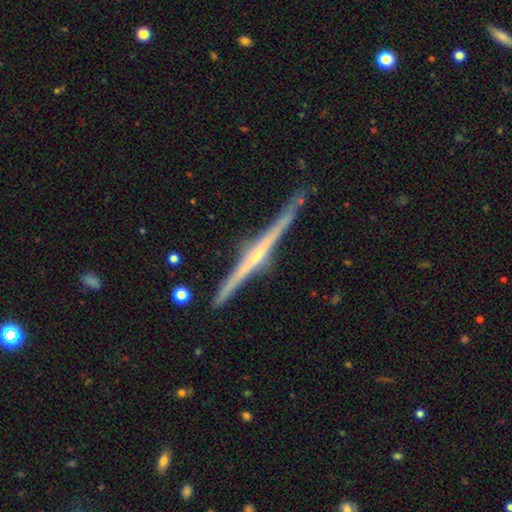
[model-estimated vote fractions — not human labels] Q: Smooth or featured?
A: featured or disk (84%); runner-up: smooth (11%)
Q: Edge-on disk?
A: yes (98%); runner-up: no (2%)
Q: Edge-on bulge?
A: rounded (66%); runner-up: none (24%)
Q: Merging?
A: none (87%); runner-up: minor disturbance (10%)